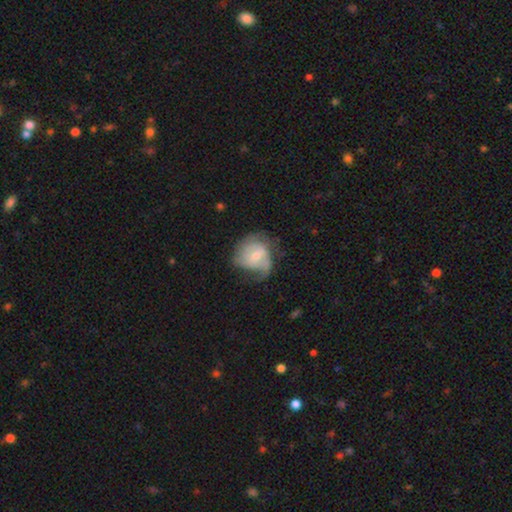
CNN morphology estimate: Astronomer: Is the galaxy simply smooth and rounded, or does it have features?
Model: featured or disk — 63%.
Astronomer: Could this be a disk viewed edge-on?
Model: no — 98%.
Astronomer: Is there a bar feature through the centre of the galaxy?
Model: no — 53% (runner-up: weak, 40%).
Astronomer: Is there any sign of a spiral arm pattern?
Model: yes — 81%.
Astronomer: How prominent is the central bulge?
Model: moderate — 48% (runner-up: small, 45%).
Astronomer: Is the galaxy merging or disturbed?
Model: none — 42% (runner-up: minor disturbance, 29%).